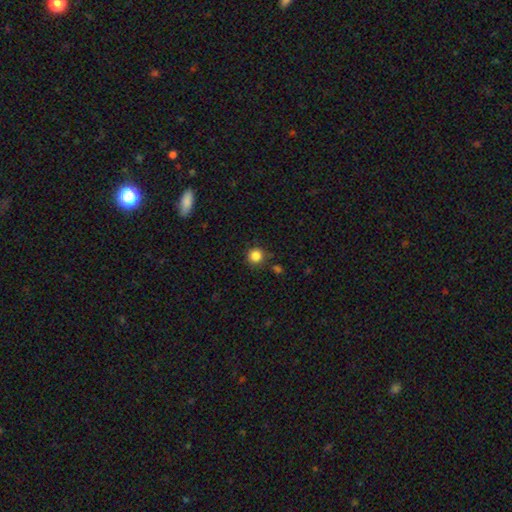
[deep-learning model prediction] Smooth or featured? Predicted: smooth (p=0.85). How rounded? Predicted: round (p=0.94). Merging? Predicted: none (p=0.87).